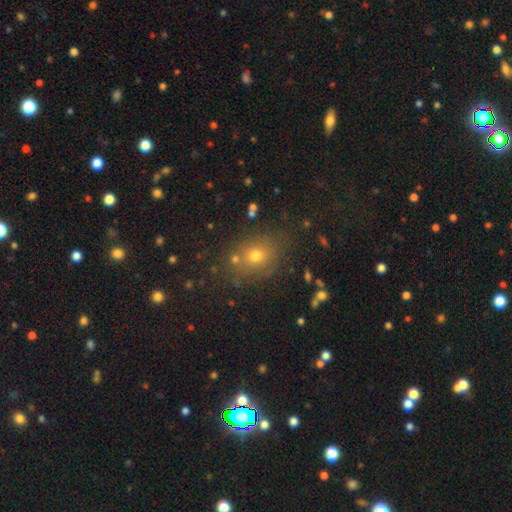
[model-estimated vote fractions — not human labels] Overall: smooth (68%). How rounded: round (60%; in between 39%). Merging: none (77%).